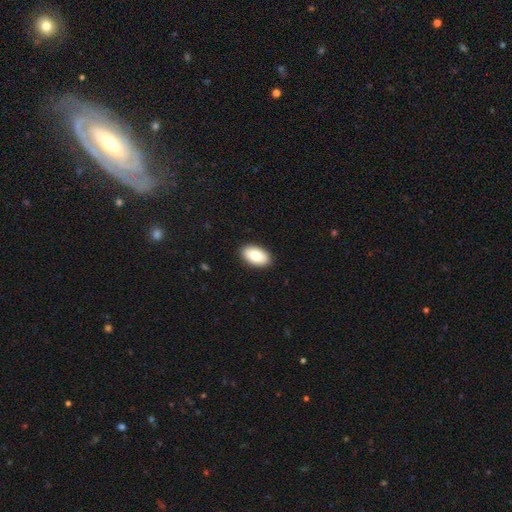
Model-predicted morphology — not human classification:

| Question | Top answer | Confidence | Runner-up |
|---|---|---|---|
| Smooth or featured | smooth | 81% | featured or disk (13%) |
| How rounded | in between | 94% | round (4%) |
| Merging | none | 90% | minor disturbance (7%) |